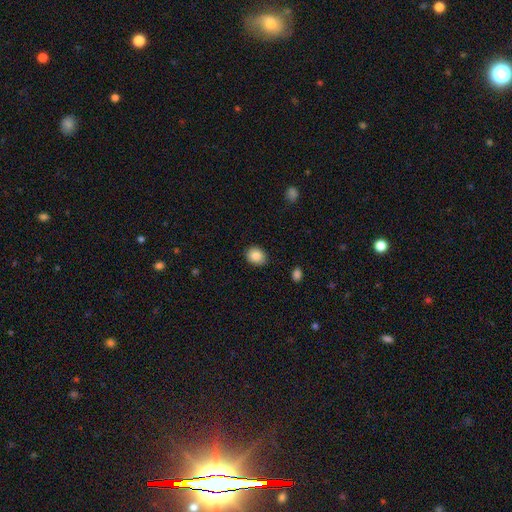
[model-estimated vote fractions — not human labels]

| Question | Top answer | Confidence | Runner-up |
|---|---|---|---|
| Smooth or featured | smooth | 86% | star or artifact (9%) |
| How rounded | round | 57% | in between (42%) |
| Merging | none | 88% | minor disturbance (9%) |